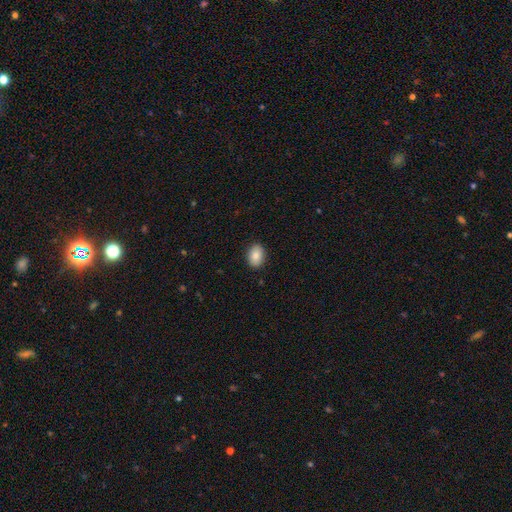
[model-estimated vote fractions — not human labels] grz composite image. It shows a smooth galaxy with no disk features (86%) that is in between round and cigar-shaped (75%). Merging: none (90%).